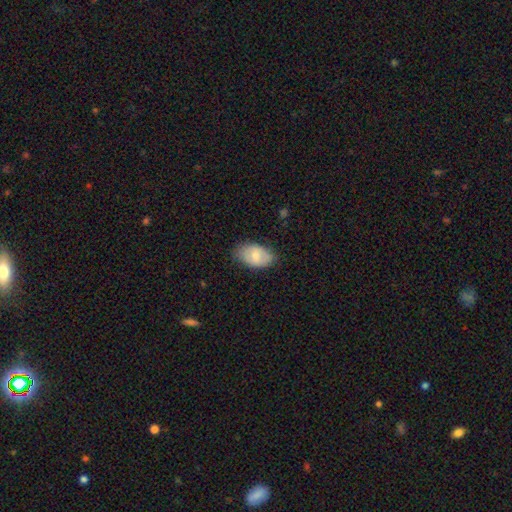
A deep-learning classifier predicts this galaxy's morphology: A smooth galaxy with no disk features (68%) that is in between round and cigar-shaped (91%).

Vote fractions:
- Smooth or featured? smooth: 68% / featured or disk: 26% / star or artifact: 6%
- How rounded? in between: 91% / round: 7% / cigar-shaped: 1%
- Merging? none: 74% / minor disturbance: 21% / major disturbance: 4% / merger: 1%